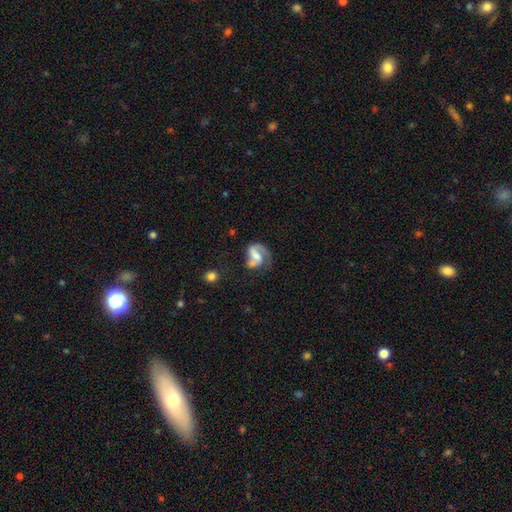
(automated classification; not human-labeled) This appears to be a featured or disk galaxy (67%) with a weak bar (38%), 2 (54%) medium (42%) spiral arms (83%) and a moderate central bulge (33%). Merging: none (36%).